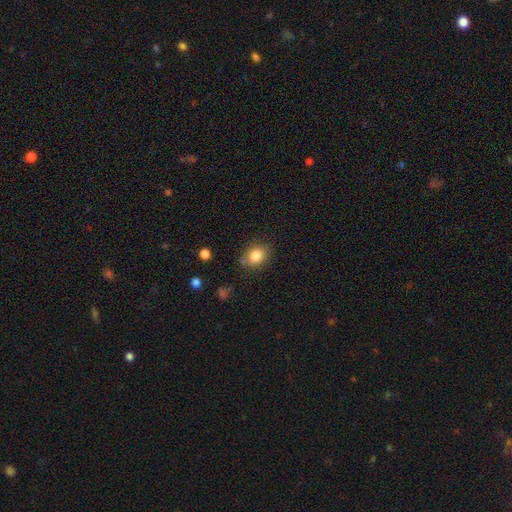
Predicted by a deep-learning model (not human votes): smooth 83%, star or artifact 10%, featured or disk 7%. Down the decision tree: how rounded — in between (51%); merging — none (76%).